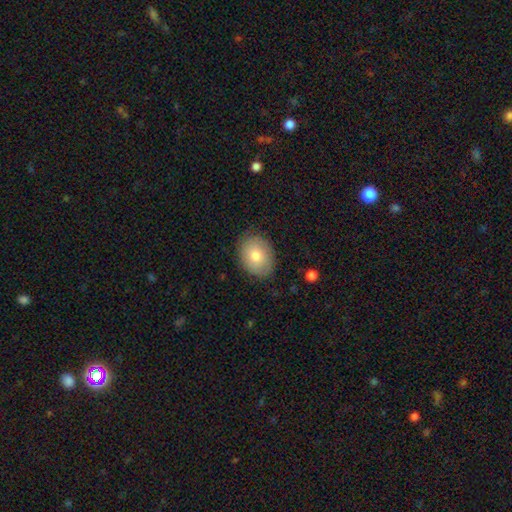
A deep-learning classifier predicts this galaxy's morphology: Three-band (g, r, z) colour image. It shows a smooth galaxy with no disk features (75%) that is in between round and cigar-shaped (65%). Merging: none (83%).